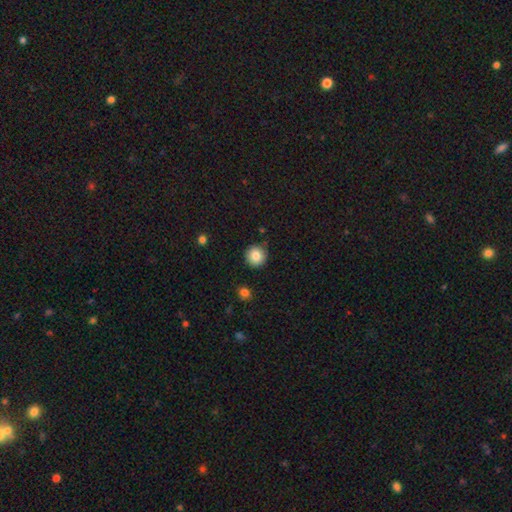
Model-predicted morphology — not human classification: Smooth or featured: smooth — 84% (star or artifact — 9%)
How rounded: round — 94% (in between — 5%)
Merging: none — 89% (minor disturbance — 7%)